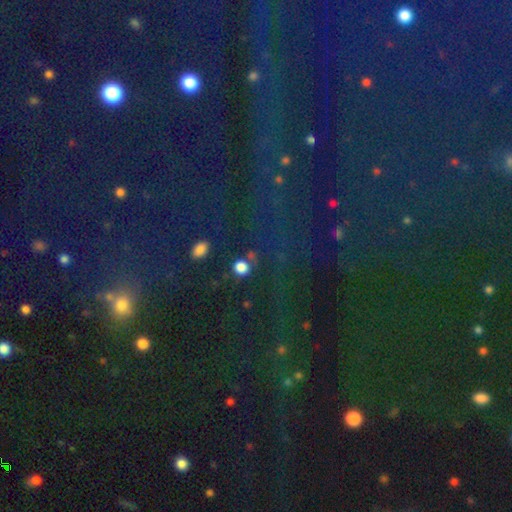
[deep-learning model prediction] This is likely a star or artifact rather than a galaxy (77%).